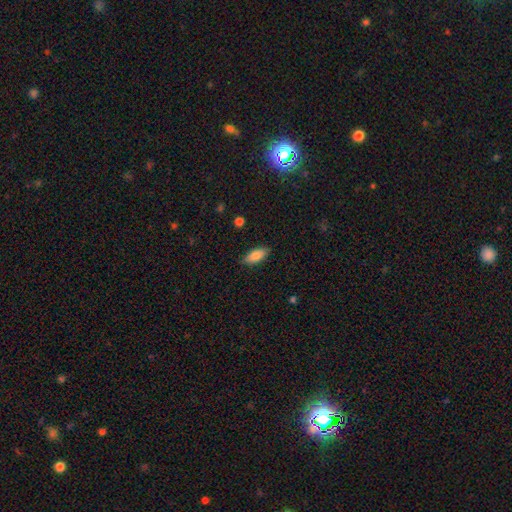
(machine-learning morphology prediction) This appears to be a smooth galaxy with no disk features (87%) that is in between round and cigar-shaped (84%). Merging: none (86%).